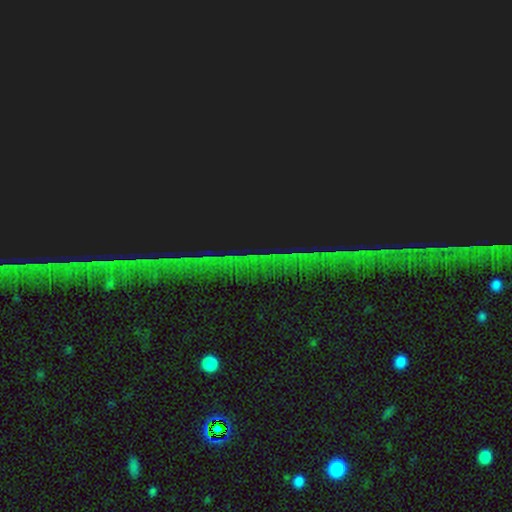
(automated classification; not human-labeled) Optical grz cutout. It shows a star or artifact, not a galaxy (84%).